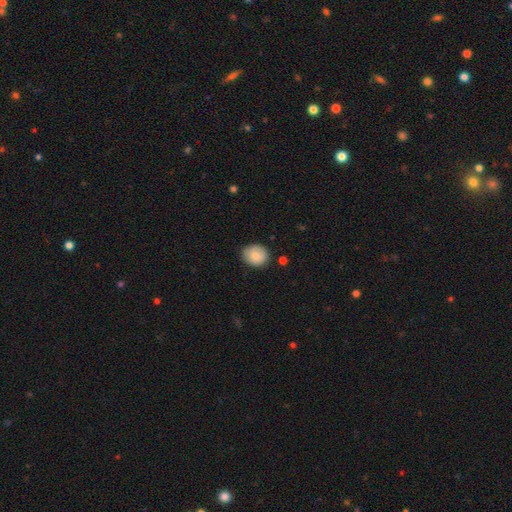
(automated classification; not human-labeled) smooth-or-featured: smooth: 83% | featured or disk: 10% | star or artifact: 7%
  how-rounded: round: 67% | in between: 32% | cigar-shaped: 1%
  merging: none: 78% | minor disturbance: 17% | major disturbance: 3% | merger: 2%